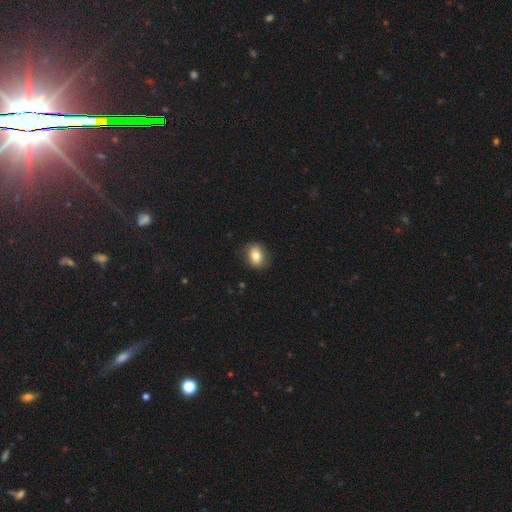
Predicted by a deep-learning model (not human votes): The model was most divided on "how rounded": in between: 54%, round: 45%, cigar-shaped: 1%. More confident: merging — none (84%); smooth or featured — smooth (82%).